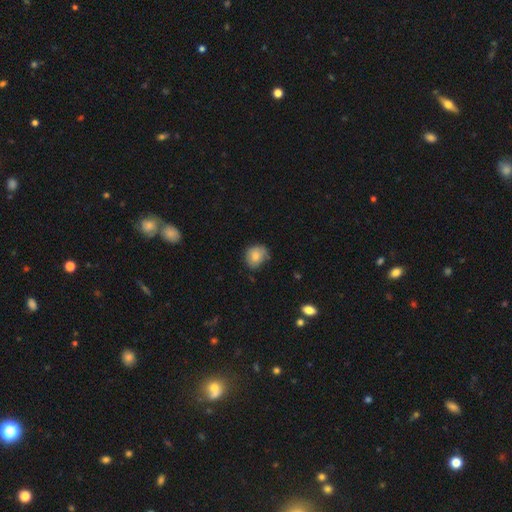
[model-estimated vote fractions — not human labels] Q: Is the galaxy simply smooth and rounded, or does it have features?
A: smooth — 76%.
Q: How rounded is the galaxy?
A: round — 62%.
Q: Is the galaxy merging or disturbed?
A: none — 63%.